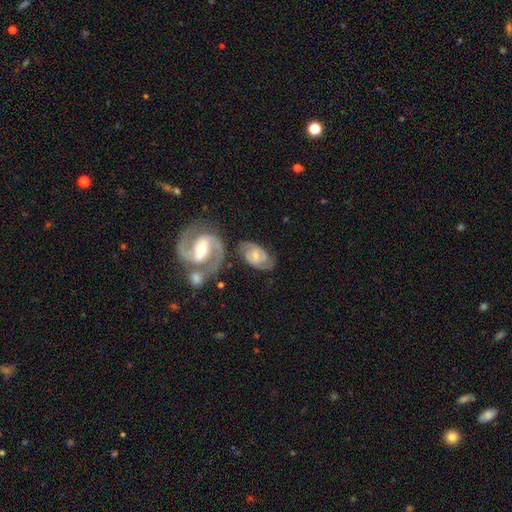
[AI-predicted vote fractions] featured or disk 76%, smooth 19%, star or artifact 6%. Down the decision tree: edge-on disk — no (96%); bar — weak (46%); spiral arms — yes (92%); spiral arm count — 2 (82%); spiral winding — medium (47%); bulge size — moderate (49%); merging — none (62%).